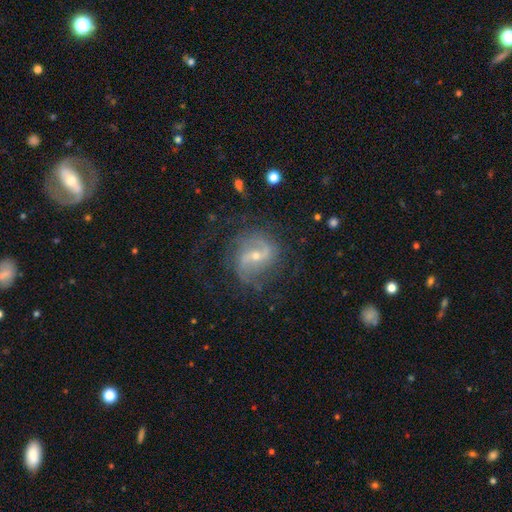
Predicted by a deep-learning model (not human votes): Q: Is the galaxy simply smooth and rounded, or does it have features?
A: featured or disk — 85%.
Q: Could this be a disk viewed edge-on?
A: no — 97%.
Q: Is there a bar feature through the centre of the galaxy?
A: weak — 45%.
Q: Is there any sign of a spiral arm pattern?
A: yes — 95%.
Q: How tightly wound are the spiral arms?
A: medium — 42%.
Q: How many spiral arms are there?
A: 2 — 81%.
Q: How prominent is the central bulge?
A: small — 58%.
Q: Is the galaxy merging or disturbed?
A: none — 69%.